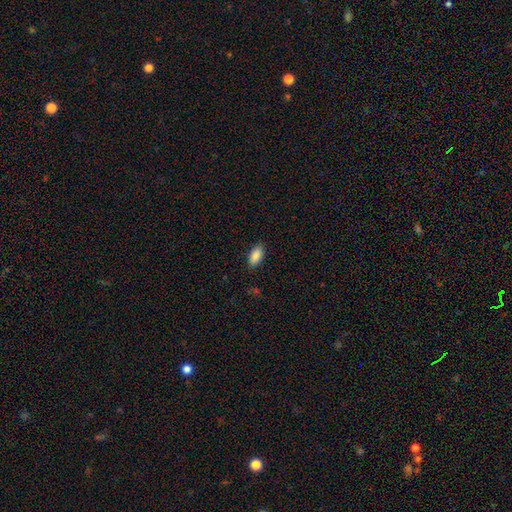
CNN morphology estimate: Smooth or featured: smooth — 89% (star or artifact — 7%)
How rounded: in between — 89% (cigar-shaped — 9%)
Merging: none — 87% (minor disturbance — 9%)